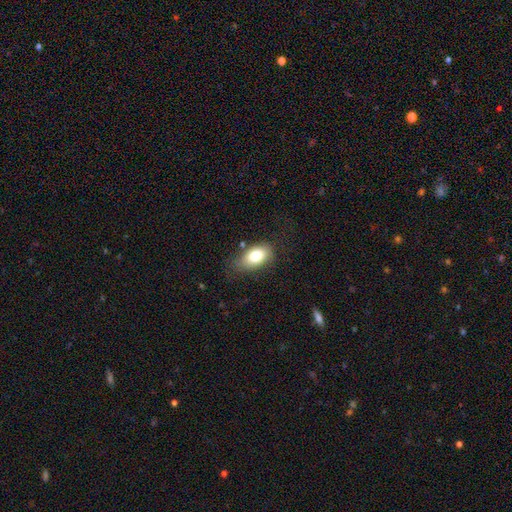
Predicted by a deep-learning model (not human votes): Smooth or featured: smooth — 77% (featured or disk — 14%)
How rounded: in between — 90% (round — 8%)
Merging: none — 68% (minor disturbance — 23%)